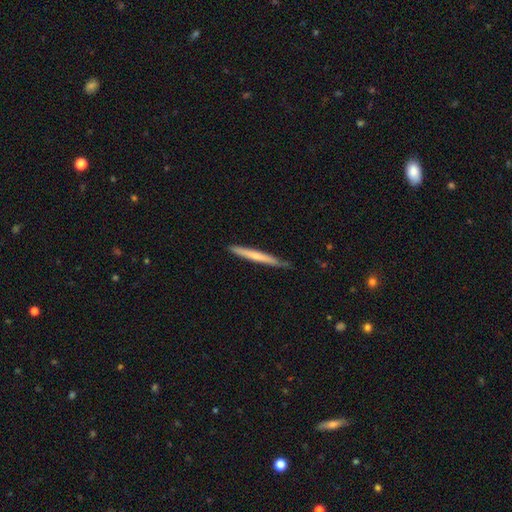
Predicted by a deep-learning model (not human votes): Smooth or featured?
  - smooth: 58% *
  - featured or disk: 37%
  - star or artifact: 5%
How rounded?
  - cigar-shaped: 97% *
  - in between: 2%
  - round: 1%
Merging?
  - none: 84% *
  - minor disturbance: 13%
  - major disturbance: 2%
  - merger: 1%